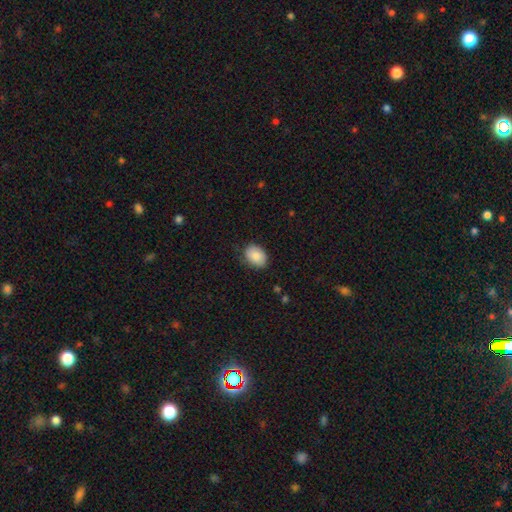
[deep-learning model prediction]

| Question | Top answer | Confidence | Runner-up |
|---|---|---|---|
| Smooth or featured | smooth | 86% | star or artifact (7%) |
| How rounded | in between | 75% | round (24%) |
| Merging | none | 79% | minor disturbance (17%) |